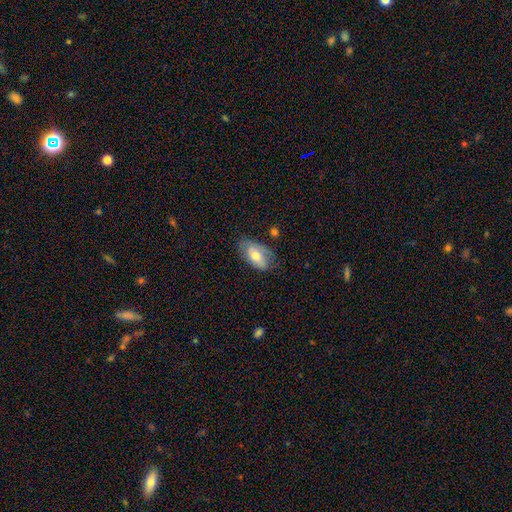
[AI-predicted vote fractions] Smooth or featured?
  - smooth: 61% *
  - featured or disk: 31%
  - star or artifact: 7%
How rounded?
  - in between: 92% *
  - round: 4%
  - cigar-shaped: 4%
Merging?
  - none: 64% *
  - minor disturbance: 26%
  - major disturbance: 7%
  - merger: 2%